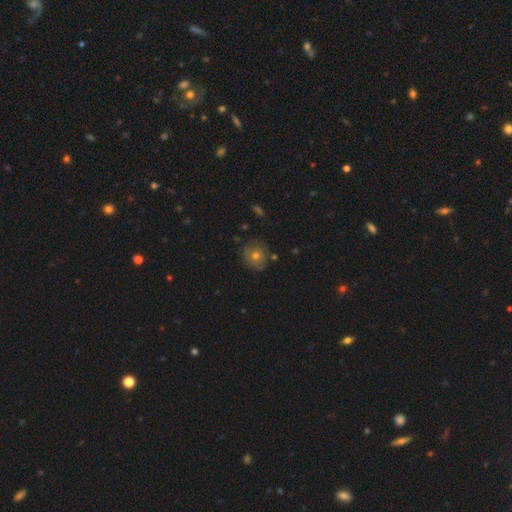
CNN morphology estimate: This is likely a smooth galaxy (63%). How rounded: clearly round (88%). Merging: clearly none (83%).